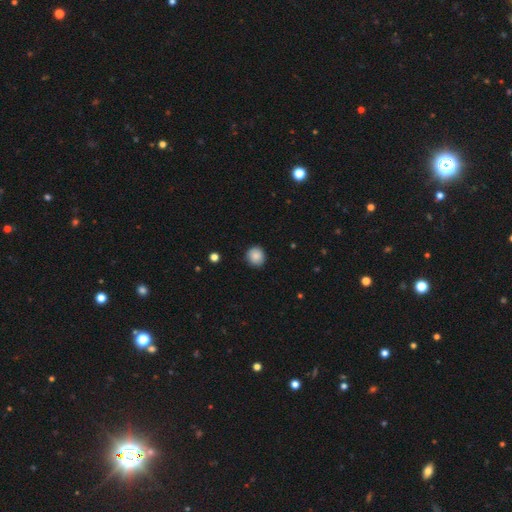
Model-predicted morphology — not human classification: smooth-or-featured: smooth: 87% | star or artifact: 8% | featured or disk: 5%
  how-rounded: round: 89% | in between: 10% | cigar-shaped: 1%
  merging: none: 89% | minor disturbance: 8% | major disturbance: 2% | merger: 1%